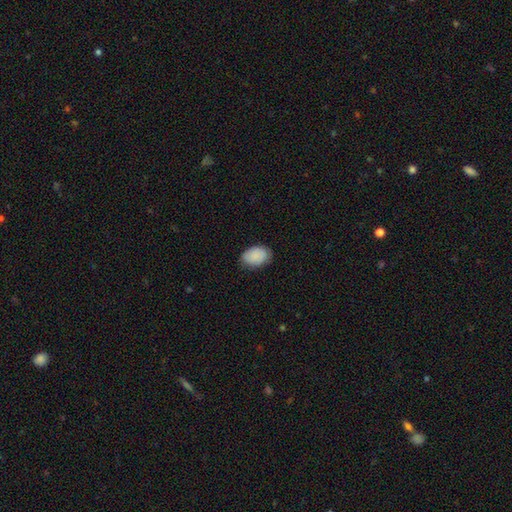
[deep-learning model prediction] A smooth galaxy with no disk features (88%) that is in between round and cigar-shaped (87%).

Vote fractions:
- Smooth or featured? smooth: 88% / star or artifact: 6% / featured or disk: 6%
- How rounded? in between: 87% / round: 12% / cigar-shaped: 1%
- Merging? none: 79% / minor disturbance: 17% / major disturbance: 3% / merger: 1%